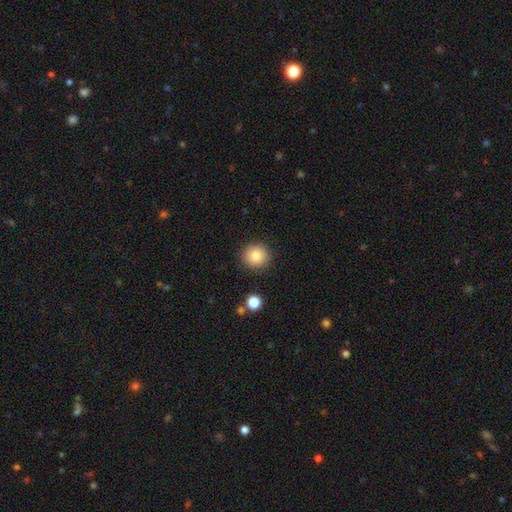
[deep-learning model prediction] This appears to be a smooth galaxy with no disk features (83%) that is round (93%). Merging: none (90%).